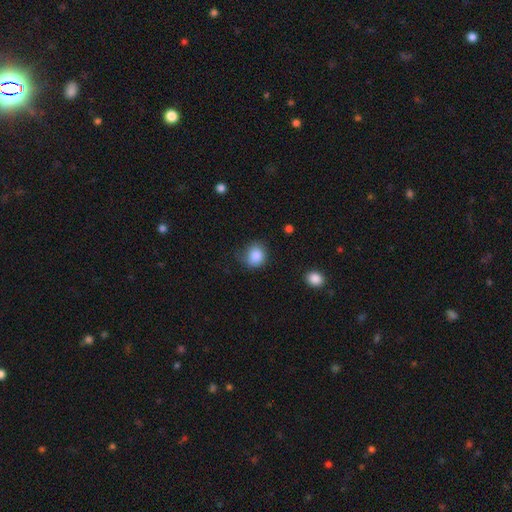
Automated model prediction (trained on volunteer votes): Smooth or featured?
  - smooth: 87% *
  - star or artifact: 9%
  - featured or disk: 4%
How rounded?
  - round: 79% *
  - in between: 20%
  - cigar-shaped: 1%
Merging?
  - none: 66% *
  - minor disturbance: 25%
  - major disturbance: 7%
  - merger: 2%